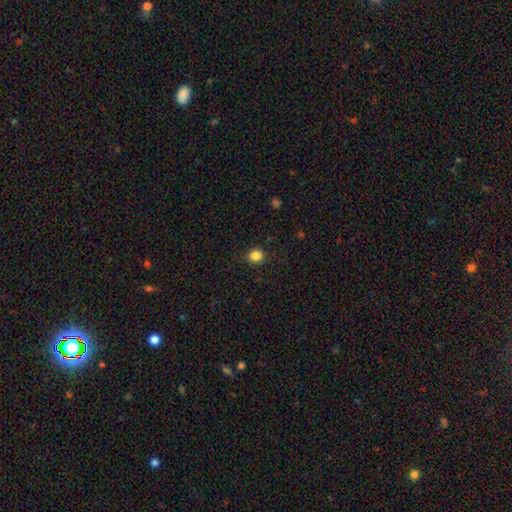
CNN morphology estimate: Smooth or featured: smooth — 85% (star or artifact — 11%)
How rounded: round — 81% (in between — 18%)
Merging: none — 87% (minor disturbance — 10%)